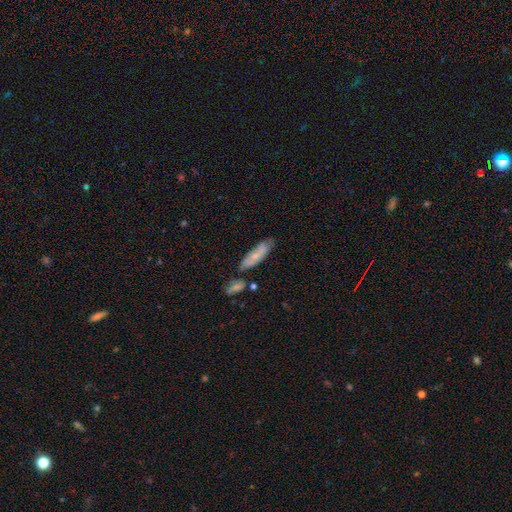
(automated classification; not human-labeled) Morphology: type=smooth (58%); roundness=cigar-shaped (49%); merging=none (63%).